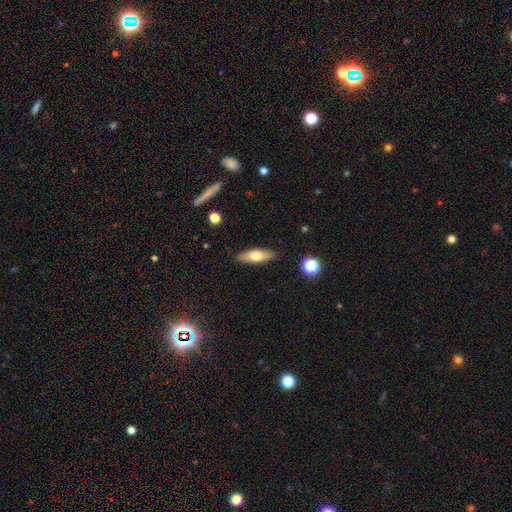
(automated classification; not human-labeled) Smooth or featured?
  - smooth: 65% *
  - featured or disk: 28%
  - star or artifact: 7%
How rounded?
  - in between: 53% *
  - cigar-shaped: 44%
  - round: 3%
Merging?
  - none: 88% *
  - minor disturbance: 9%
  - major disturbance: 2%
  - merger: 1%